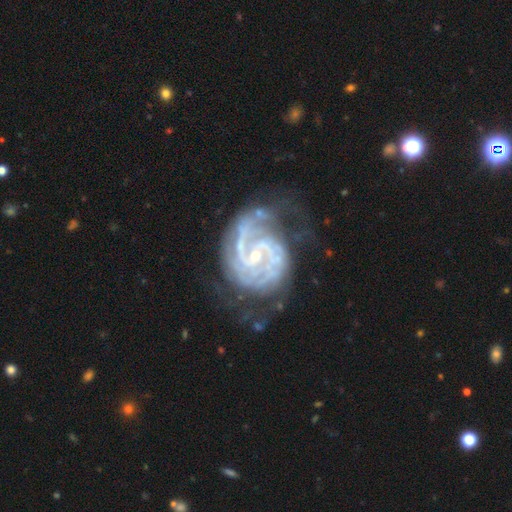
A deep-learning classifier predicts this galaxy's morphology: Q: Smooth or featured?
A: featured or disk (91%); runner-up: star or artifact (5%)
Q: Edge-on disk?
A: no (98%); runner-up: yes (2%)
Q: Bar?
A: no (45%); runner-up: weak (41%)
Q: Spiral arms?
A: yes (97%); runner-up: no (3%)
Q: Spiral winding?
A: tight (58%); runner-up: medium (35%)
Q: Spiral arm count?
A: 2 (44%); runner-up: can't tell (19%)
Q: Bulge size?
A: small (74%); runner-up: moderate (22%)
Q: Merging?
A: none (50%); runner-up: minor disturbance (25%)